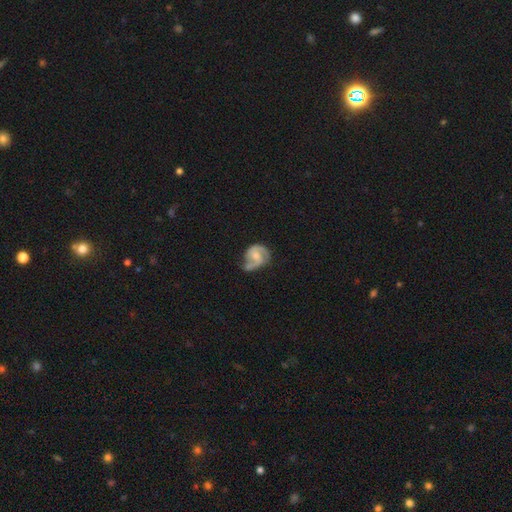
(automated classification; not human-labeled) Q: Smooth or featured?
A: featured or disk (79%); runner-up: smooth (15%)
Q: Edge-on disk?
A: no (98%); runner-up: yes (2%)
Q: Bar?
A: no (50%); runner-up: weak (41%)
Q: Spiral arms?
A: yes (94%); runner-up: no (6%)
Q: Spiral winding?
A: medium (50%); runner-up: tight (30%)
Q: Spiral arm count?
A: 2 (82%); runner-up: 1 (6%)
Q: Bulge size?
A: moderate (42%); runner-up: small (39%)
Q: Merging?
A: none (48%); runner-up: minor disturbance (29%)